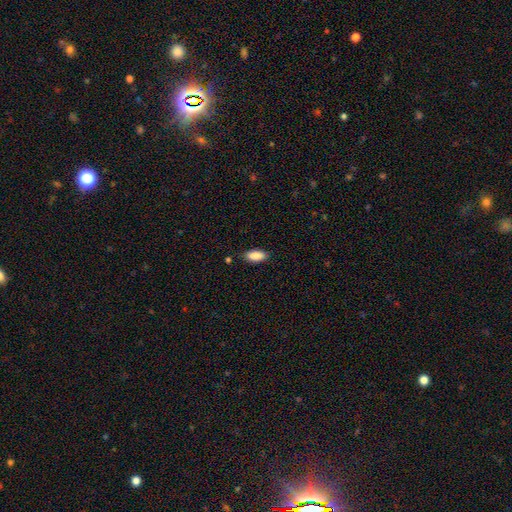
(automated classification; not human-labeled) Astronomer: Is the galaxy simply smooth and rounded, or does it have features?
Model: smooth — 89%.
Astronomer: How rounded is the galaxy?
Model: in between — 87%.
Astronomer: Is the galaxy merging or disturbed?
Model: none — 84%.